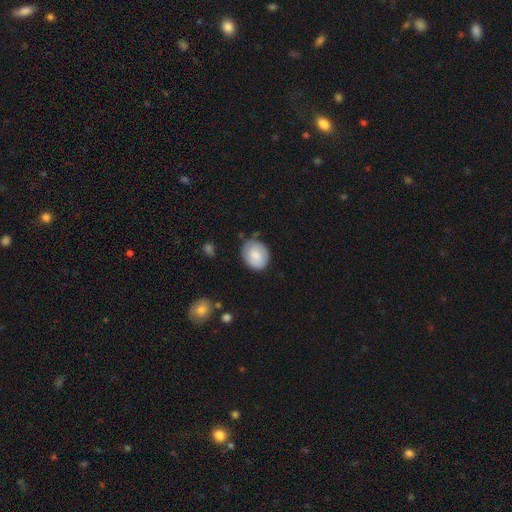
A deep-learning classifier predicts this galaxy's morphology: smooth-or-featured: smooth: 81% | featured or disk: 13% | star or artifact: 6%
  how-rounded: in between: 51% | round: 48% | cigar-shaped: 1%
  merging: none: 76% | minor disturbance: 19% | major disturbance: 3% | merger: 2%